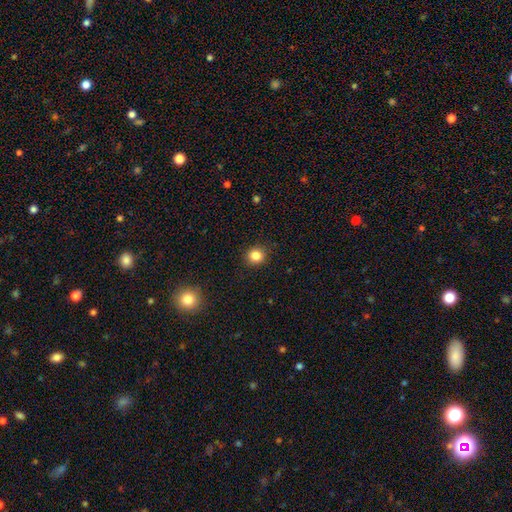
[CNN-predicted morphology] smooth-or-featured: smooth: 85% | star or artifact: 11% | featured or disk: 4%
  how-rounded: round: 86% | in between: 13% | cigar-shaped: 1%
  merging: none: 90% | minor disturbance: 7% | major disturbance: 2% | merger: 1%